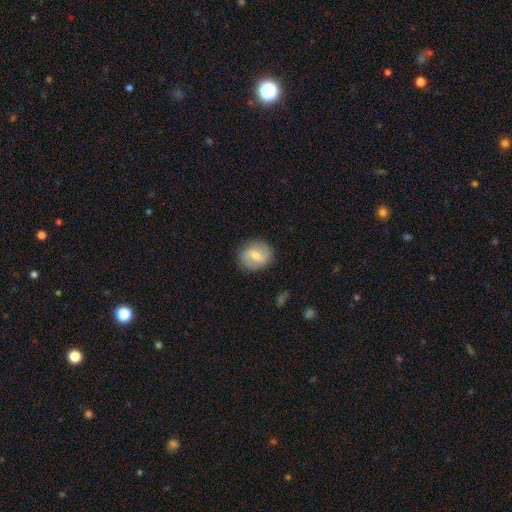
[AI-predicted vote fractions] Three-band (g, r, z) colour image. It shows a smooth galaxy with no disk features (57%) that is round (73%). Merging: none (86%).